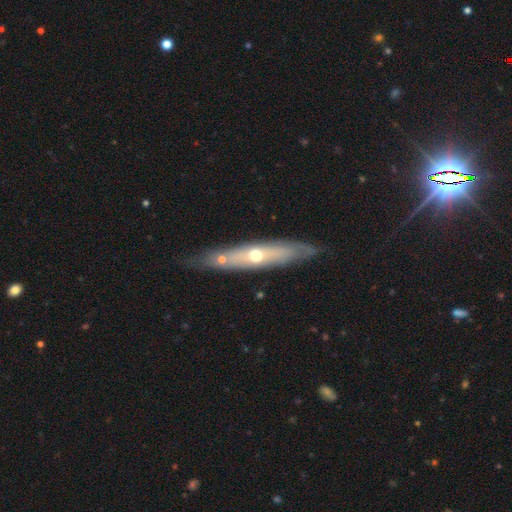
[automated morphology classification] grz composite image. It shows a featured or disk galaxy (54%) viewed edge-on (65%). Merging: none (74%).